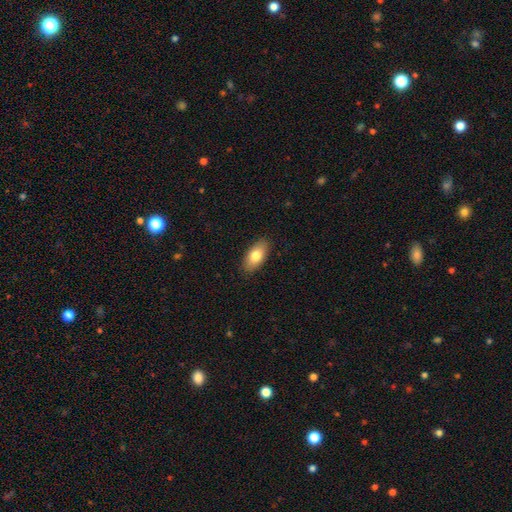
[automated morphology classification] A smooth galaxy with no disk features (79%) that is in between round and cigar-shaped (91%). Merging: none (88%).